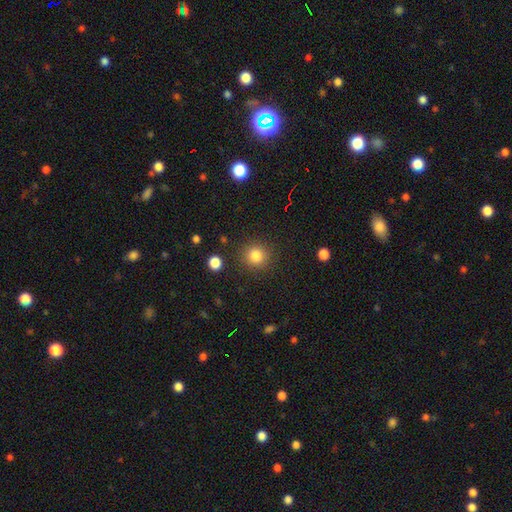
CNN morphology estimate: A smooth galaxy with no disk features (83%) that is round (92%).

Vote fractions:
- Smooth or featured? smooth: 83% / star or artifact: 12% / featured or disk: 5%
- How rounded? round: 92% / in between: 7% / cigar-shaped: 1%
- Merging? none: 89% / minor disturbance: 7% / major disturbance: 3% / merger: 2%